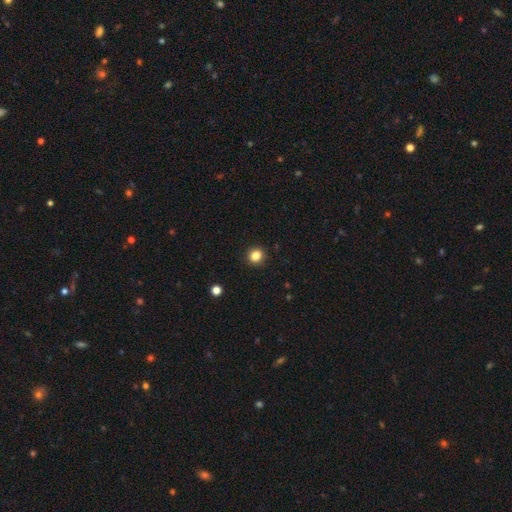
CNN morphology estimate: Smooth or featured?
  - smooth: 84% *
  - star or artifact: 12%
  - featured or disk: 4%
How rounded?
  - round: 86% *
  - in between: 13%
  - cigar-shaped: 1%
Merging?
  - none: 92% *
  - minor disturbance: 5%
  - major disturbance: 2%
  - merger: 1%